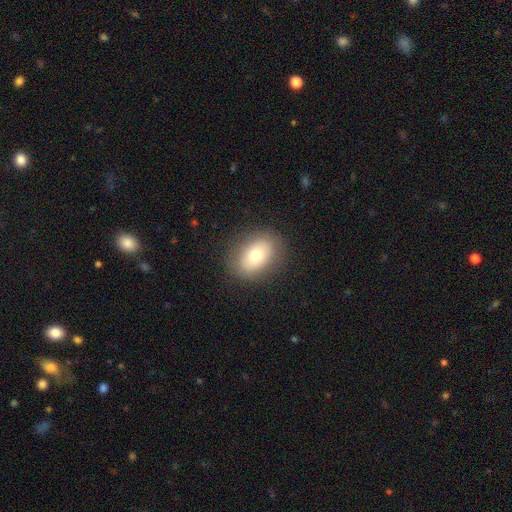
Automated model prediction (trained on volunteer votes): This appears to be a smooth galaxy with no disk features (73%) that is in between round and cigar-shaped (77%). Merging: none (86%).